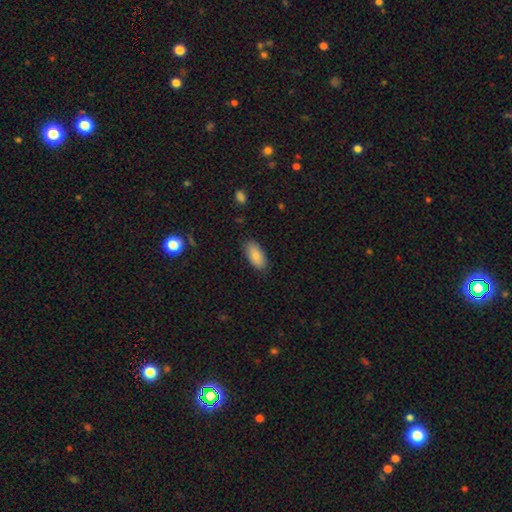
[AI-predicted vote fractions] The model was most divided on "merging": none: 84%, minor disturbance: 12%, major disturbance: 3%, merger: 1%. More confident: how rounded — in between (91%); smooth or featured — smooth (86%).